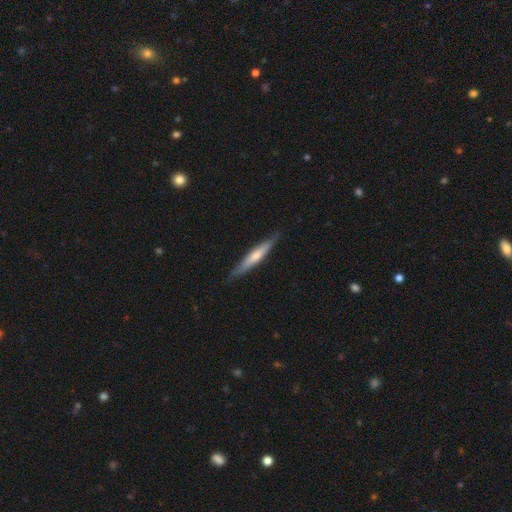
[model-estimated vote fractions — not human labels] Q: Smooth or featured?
A: smooth (50%); runner-up: featured or disk (44%)
Q: How rounded?
A: cigar-shaped (93%); runner-up: in between (6%)
Q: Merging?
A: none (86%); runner-up: minor disturbance (11%)